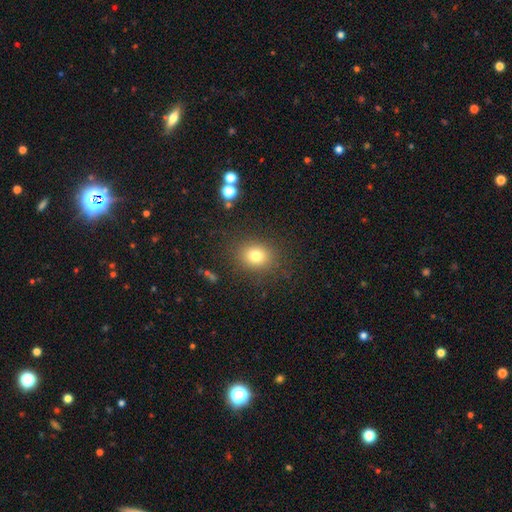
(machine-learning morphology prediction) Smooth or featured: smooth — 77% (star or artifact — 14%)
How rounded: round — 64% (in between — 35%)
Merging: none — 85% (minor disturbance — 9%)